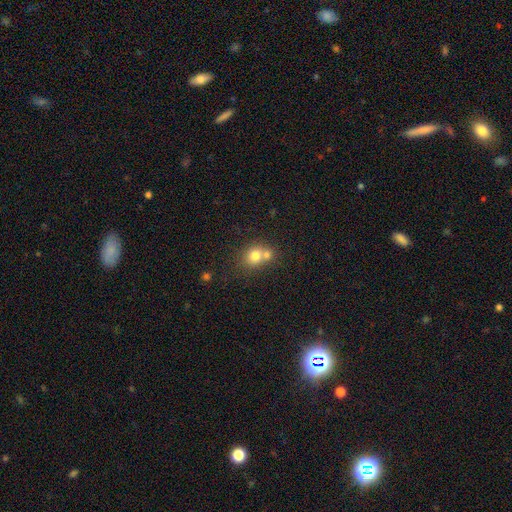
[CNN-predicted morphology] Q: Smooth or featured?
A: smooth (75%); runner-up: featured or disk (13%)
Q: How rounded?
A: round (69%); runner-up: in between (31%)
Q: Merging?
A: merger (53%); runner-up: none (37%)